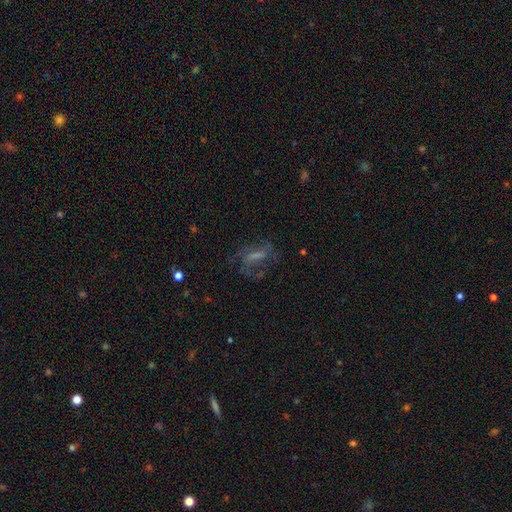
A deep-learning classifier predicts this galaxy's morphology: This is possibly a featured or disk galaxy (53%). It is clearly not viewed edge-on (89%). Merging: possibly none (52%).